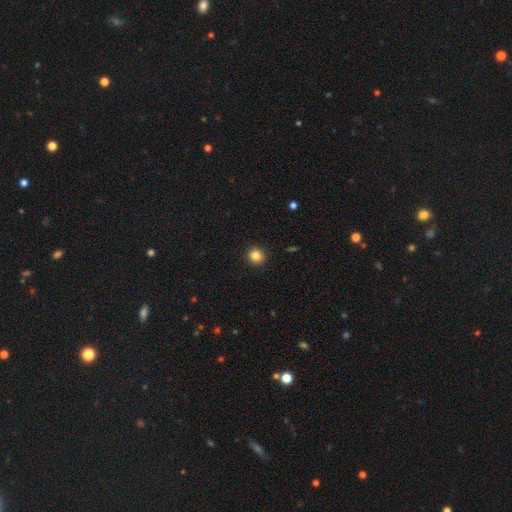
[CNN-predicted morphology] smooth 84%, star or artifact 11%, featured or disk 5%. Down the decision tree: how rounded — round (93%); merging — none (92%).